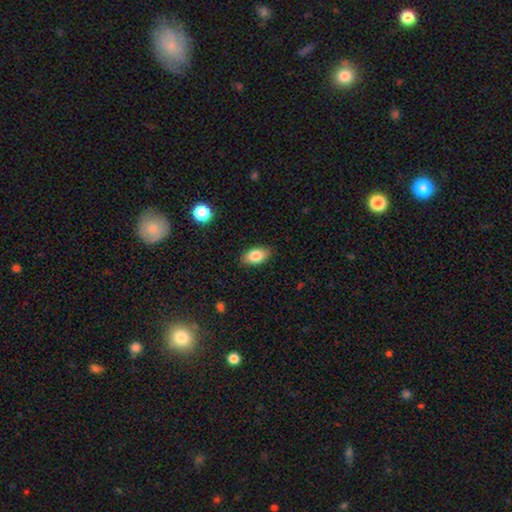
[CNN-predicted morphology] This appears to be a smooth galaxy with no disk features (84%) that is in between round and cigar-shaped (91%). Merging: none (87%).